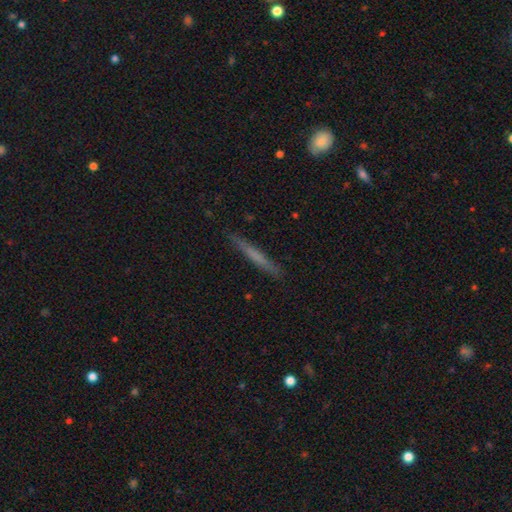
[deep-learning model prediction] Smooth or featured? Predicted: smooth (p=0.52). How rounded? Predicted: cigar-shaped (p=0.96). Merging? Predicted: none (p=0.90).